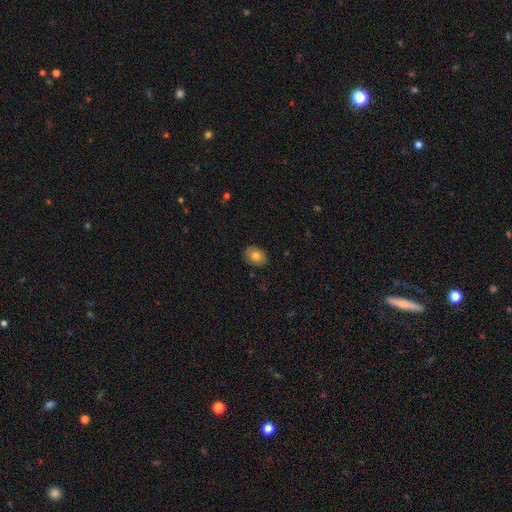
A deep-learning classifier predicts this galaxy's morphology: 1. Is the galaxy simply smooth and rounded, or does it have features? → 79% smooth, 13% featured or disk, 8% star or artifact.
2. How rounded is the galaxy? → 65% in between, 34% round, 1% cigar-shaped.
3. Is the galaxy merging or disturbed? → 87% none, 10% minor disturbance, 2% major disturbance, 1% merger.